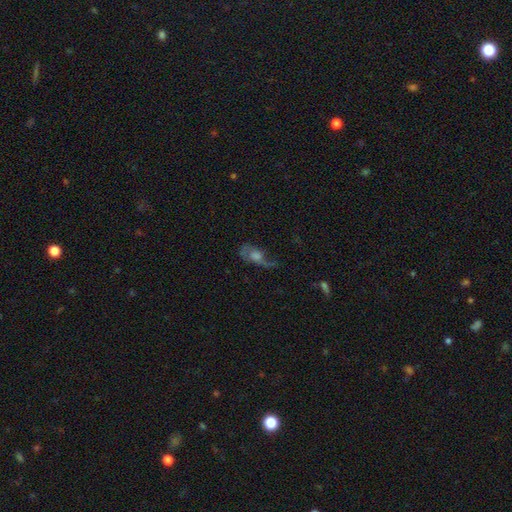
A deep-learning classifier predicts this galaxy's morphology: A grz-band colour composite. It shows a featured or disk galaxy (58%). Merging: none (39%).